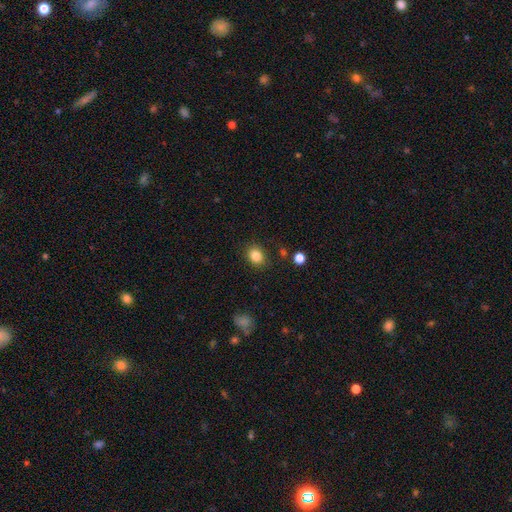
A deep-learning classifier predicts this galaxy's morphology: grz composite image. It shows a smooth galaxy with no disk features (84%) that is round (55%). Merging: none (85%).